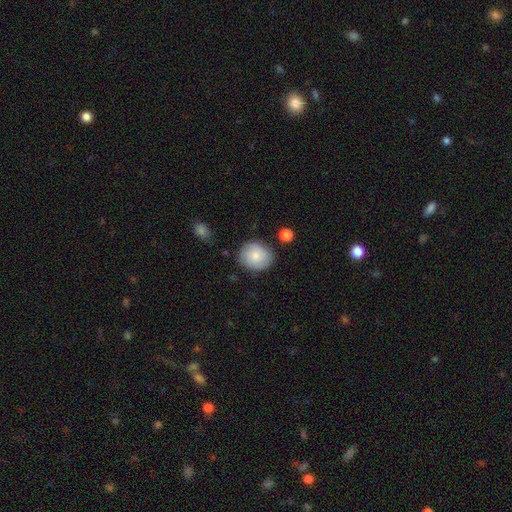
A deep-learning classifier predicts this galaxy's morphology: A smooth galaxy with no disk features (72%) that is round (69%). Merging: none (80%).